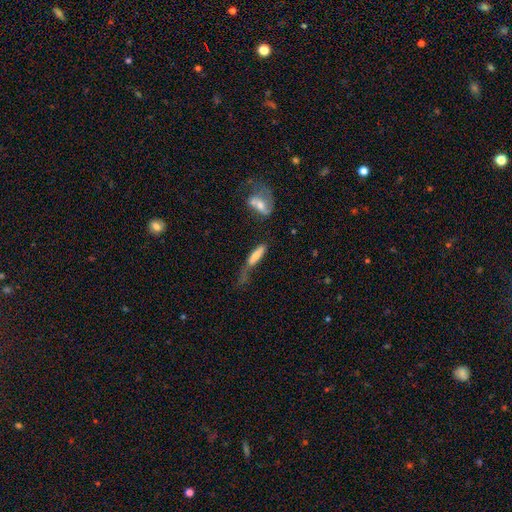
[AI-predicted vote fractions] A smooth galaxy with no disk features (68%) that is cigar-shaped (70%).

Vote fractions:
- Smooth or featured? smooth: 68% / featured or disk: 24% / star or artifact: 8%
- How rounded? cigar-shaped: 70% / in between: 27% / round: 2%
- Merging? major disturbance: 29% / none: 27% / minor disturbance: 24% / merger: 20%